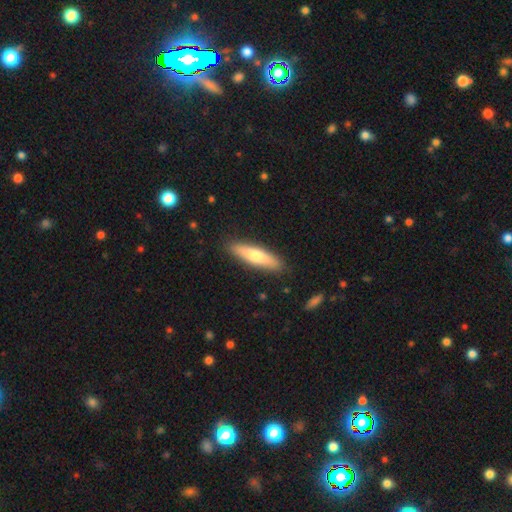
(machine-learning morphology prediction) Smooth or featured? Predicted: smooth (p=0.62). How rounded? Predicted: cigar-shaped (p=0.77). Merging? Predicted: none (p=0.89).